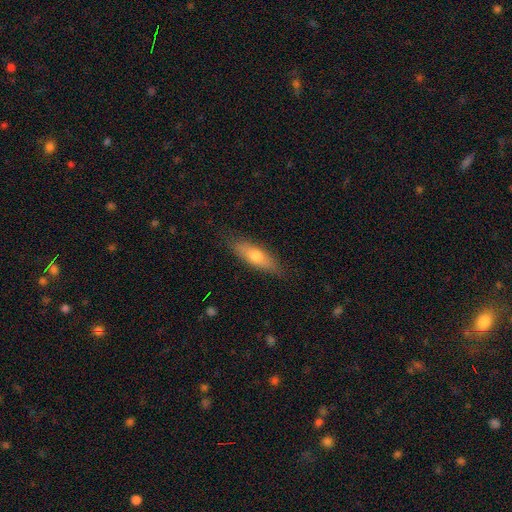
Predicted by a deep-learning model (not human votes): Q: Smooth or featured?
A: smooth (64%); runner-up: featured or disk (30%)
Q: How rounded?
A: cigar-shaped (49%); runner-up: in between (48%)
Q: Merging?
A: none (83%); runner-up: minor disturbance (13%)